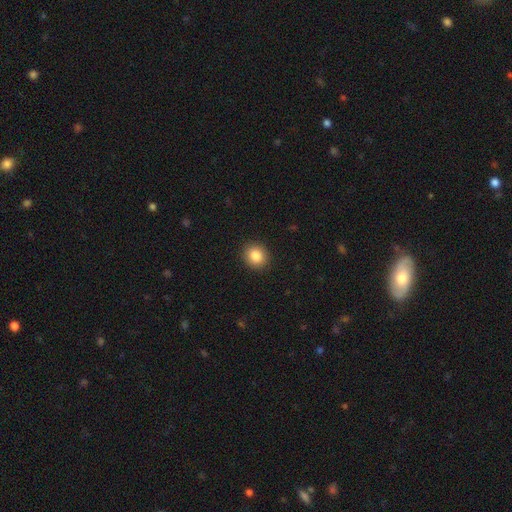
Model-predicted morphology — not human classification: type=smooth (85%); roundness=round (79%); merging=none (92%).